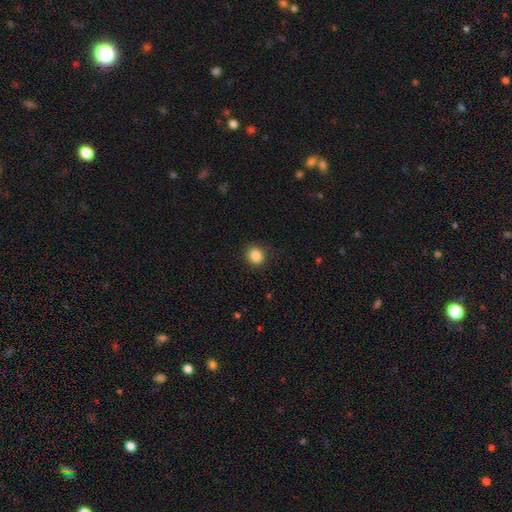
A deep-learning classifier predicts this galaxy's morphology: Overall: smooth (86%). How rounded: round (84%). Merging: none (88%).